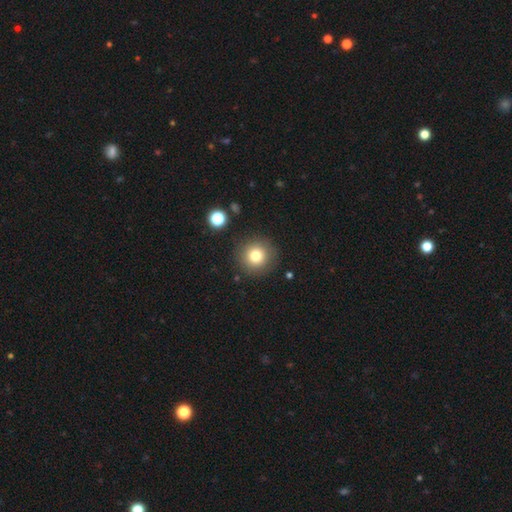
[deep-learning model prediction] Q: Smooth or featured?
A: smooth (79%); runner-up: star or artifact (12%)
Q: How rounded?
A: round (95%); runner-up: in between (4%)
Q: Merging?
A: none (89%); runner-up: minor disturbance (7%)